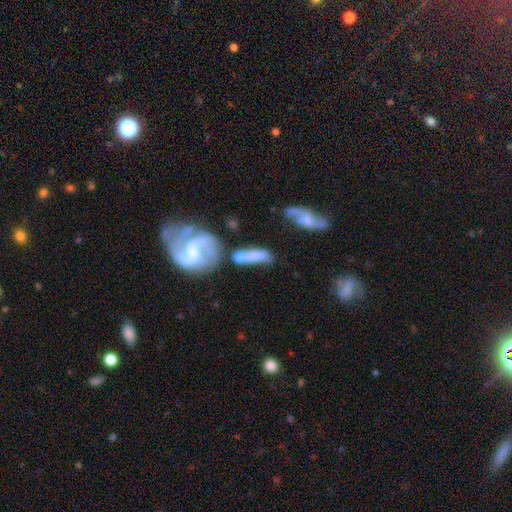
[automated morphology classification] A smooth galaxy with no disk features (59%) that is cigar-shaped (61%).

Vote fractions:
- Smooth or featured? smooth: 59% / featured or disk: 33% / star or artifact: 8%
- How rounded? cigar-shaped: 61% / in between: 34% / round: 5%
- Merging? none: 37% / merger: 31% / minor disturbance: 19% / major disturbance: 13%